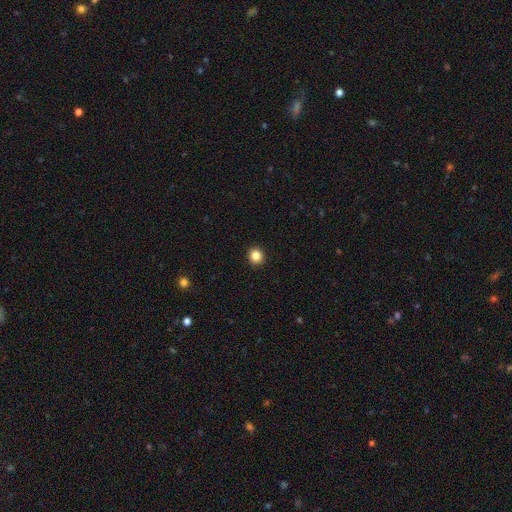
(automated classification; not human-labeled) This appears to be a smooth galaxy with no disk features (85%) that is round (86%). Merging: none (93%).